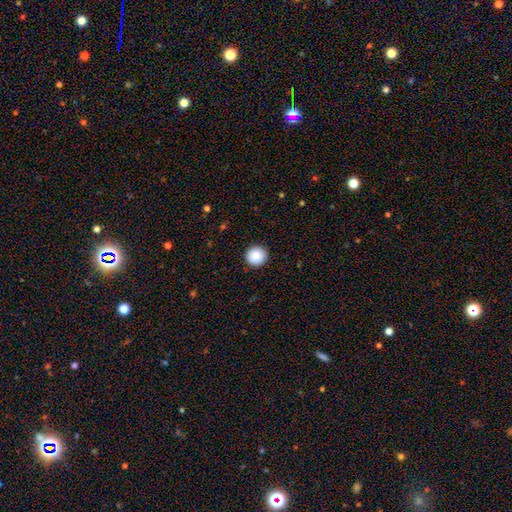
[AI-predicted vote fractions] smooth 88%, star or artifact 8%, featured or disk 4%. Down the decision tree: how rounded — round (95%); merging — none (92%).